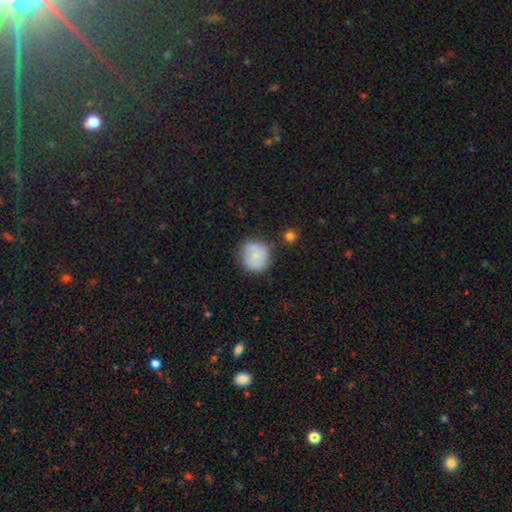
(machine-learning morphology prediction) A smooth galaxy with no disk features (67%) that is round (89%).

Vote fractions:
- Smooth or featured? smooth: 67% / featured or disk: 25% / star or artifact: 7%
- How rounded? round: 89% / in between: 10% / cigar-shaped: 1%
- Merging? none: 71% / minor disturbance: 18% / major disturbance: 5% / merger: 5%